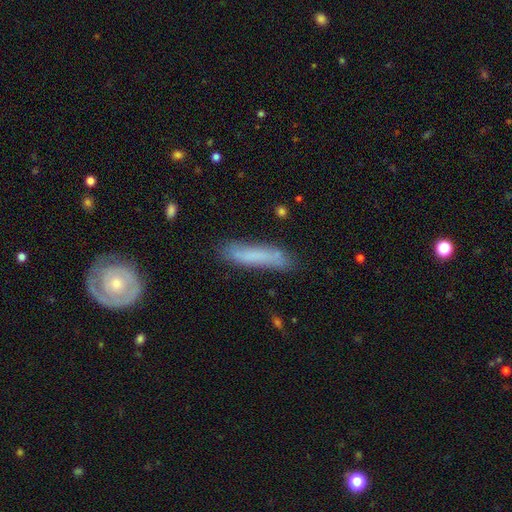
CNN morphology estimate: This is likely a smooth galaxy (68%). How rounded: clearly cigar-shaped (85%). Merging: likely none (74%).